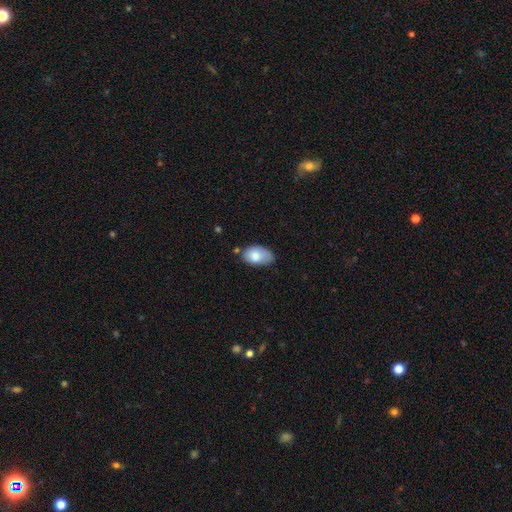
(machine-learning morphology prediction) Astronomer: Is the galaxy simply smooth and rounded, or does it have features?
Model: smooth — 80%.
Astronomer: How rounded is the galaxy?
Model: in between — 91%.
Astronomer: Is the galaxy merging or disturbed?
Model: none — 43% (runner-up: minor disturbance, 41%).